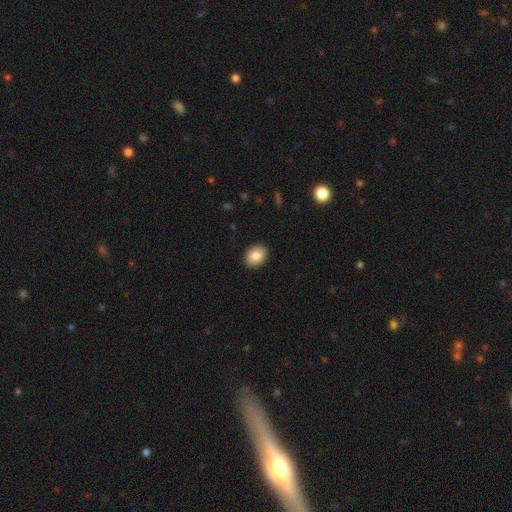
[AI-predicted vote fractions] Q: Smooth or featured?
A: smooth (86%); runner-up: star or artifact (8%)
Q: How rounded?
A: in between (69%); runner-up: round (30%)
Q: Merging?
A: none (90%); runner-up: minor disturbance (7%)